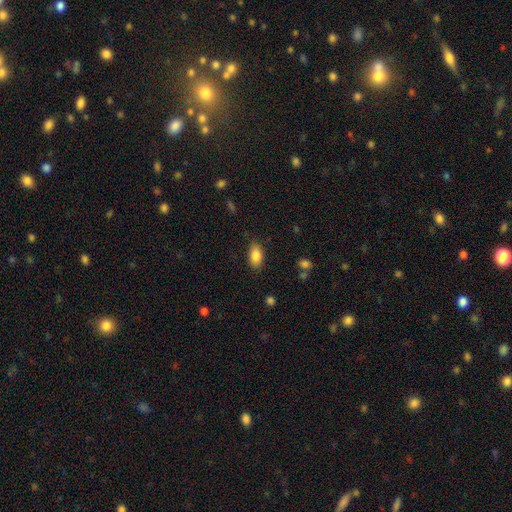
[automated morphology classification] This is clearly a smooth galaxy (85%). How rounded: clearly in between (91%). Merging: clearly none (83%).